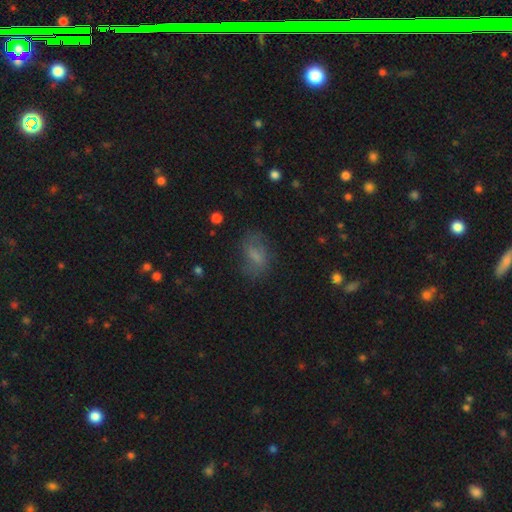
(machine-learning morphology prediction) This appears to be a smooth galaxy with no disk features (61%) that is in between round and cigar-shaped (82%). Merging: none (64%).